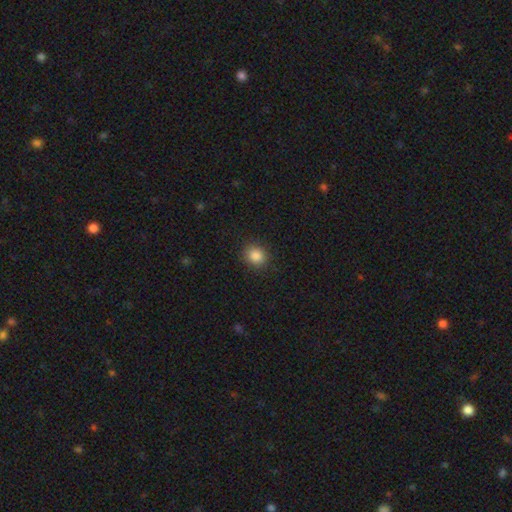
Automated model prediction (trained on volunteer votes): A smooth galaxy with no disk features (86%) that is round (77%).

Vote fractions:
- Smooth or featured? smooth: 86% / star or artifact: 10% / featured or disk: 4%
- How rounded? round: 77% / in between: 22% / cigar-shaped: 1%
- Merging? none: 89% / minor disturbance: 8% / major disturbance: 2% / merger: 1%